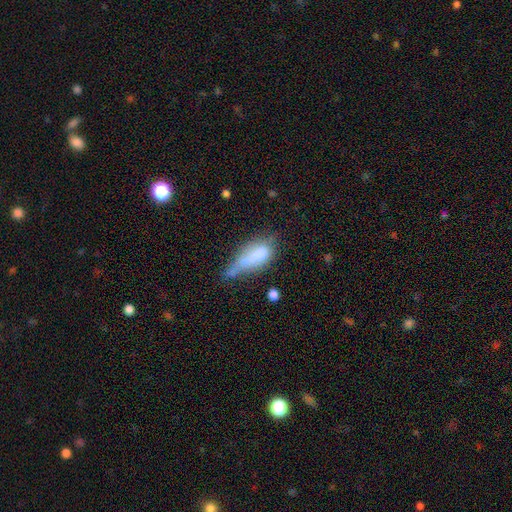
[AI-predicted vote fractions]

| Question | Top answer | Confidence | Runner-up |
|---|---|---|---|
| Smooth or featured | smooth | 62% | featured or disk (28%) |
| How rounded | in between | 76% | cigar-shaped (19%) |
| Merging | minor disturbance | 29% | major disturbance (28%) |